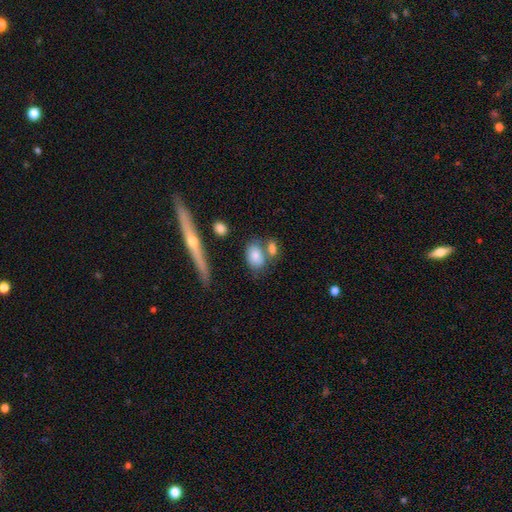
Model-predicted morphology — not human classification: Smooth or featured?
  - smooth: 77% *
  - featured or disk: 16%
  - star or artifact: 8%
How rounded?
  - in between: 76% *
  - round: 18%
  - cigar-shaped: 6%
Merging?
  - none: 53% *
  - merger: 27%
  - minor disturbance: 14%
  - major disturbance: 6%